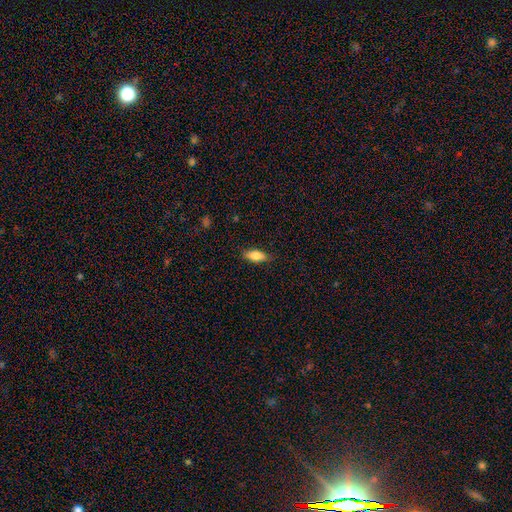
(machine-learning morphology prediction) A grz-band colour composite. It shows a smooth galaxy with no disk features (81%) that is in between round and cigar-shaped (78%). Merging: none (84%).